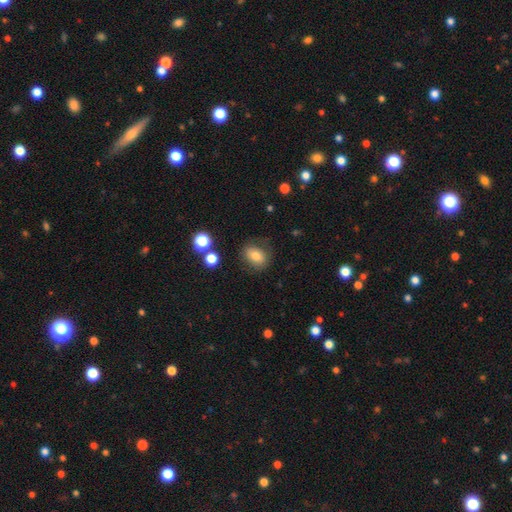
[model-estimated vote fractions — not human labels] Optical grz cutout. It shows a smooth galaxy with no disk features (74%) that is in between round and cigar-shaped (59%). Merging: none (75%).